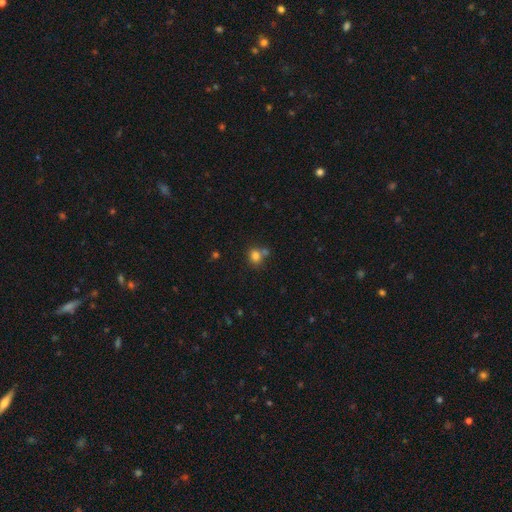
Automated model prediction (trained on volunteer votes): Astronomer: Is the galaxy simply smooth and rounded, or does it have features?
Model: smooth — 80%.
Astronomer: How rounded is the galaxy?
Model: round — 69%.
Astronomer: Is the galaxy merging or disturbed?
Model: none — 57%.